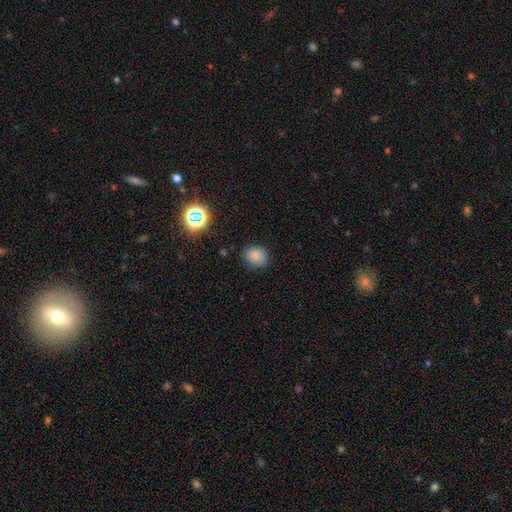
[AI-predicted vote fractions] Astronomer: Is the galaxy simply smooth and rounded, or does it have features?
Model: smooth — 82%.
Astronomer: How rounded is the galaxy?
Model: round — 56% (runner-up: in between, 43%).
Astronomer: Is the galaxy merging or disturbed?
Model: none — 83%.